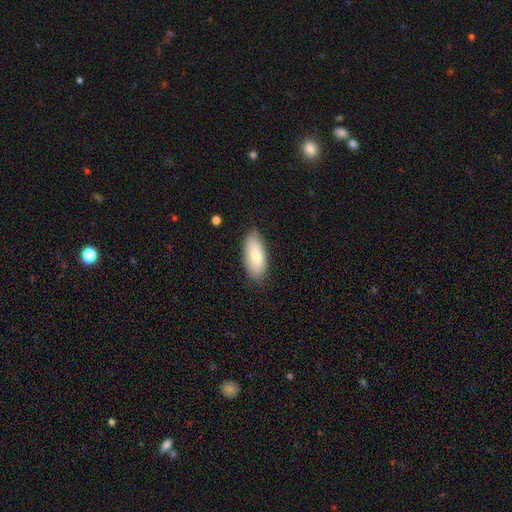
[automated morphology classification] Overall: smooth (82%). How rounded: in between (86%). Merging: none (83%).